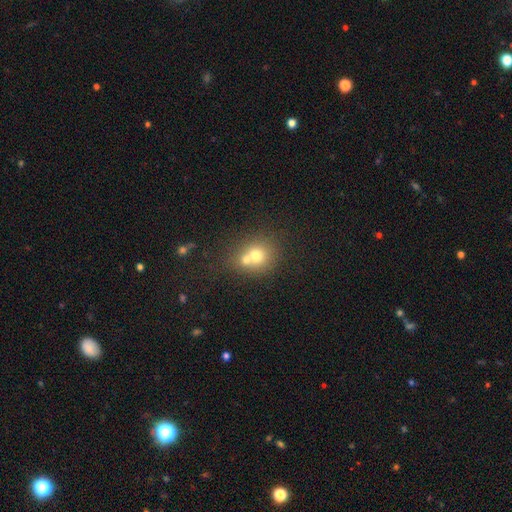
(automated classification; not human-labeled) smooth_or_featured: smooth (p=0.68) [alt: featured or disk p=0.19]
how_rounded: round (p=0.80) [alt: in between p=0.19]
merging: merger (p=0.56) [alt: none p=0.35]